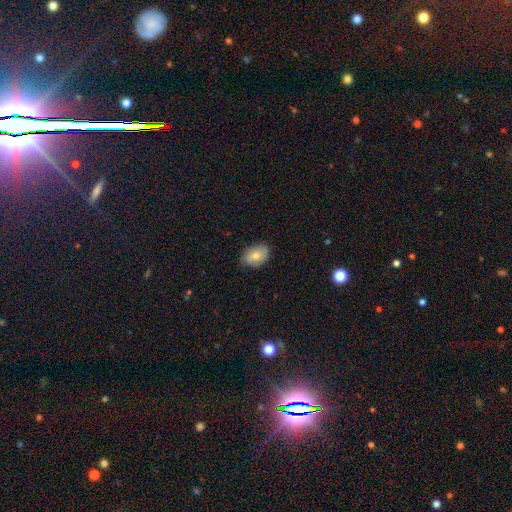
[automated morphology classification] Smooth or featured?
  - smooth: 73% *
  - featured or disk: 19%
  - star or artifact: 7%
How rounded?
  - in between: 83% *
  - round: 16%
  - cigar-shaped: 1%
Merging?
  - none: 80% *
  - minor disturbance: 16%
  - major disturbance: 3%
  - merger: 1%